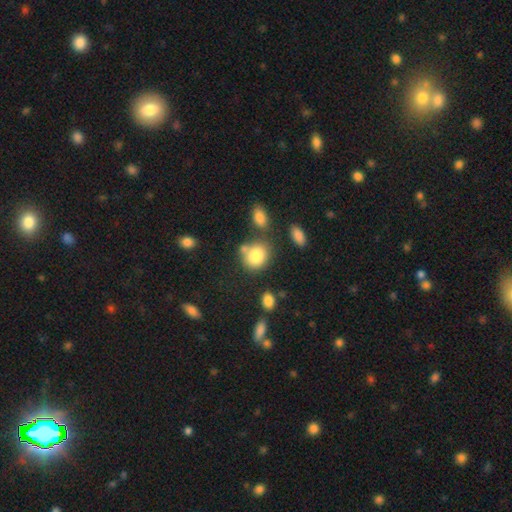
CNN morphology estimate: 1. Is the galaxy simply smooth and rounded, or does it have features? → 80% smooth, 10% featured or disk, 9% star or artifact.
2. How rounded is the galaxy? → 64% round, 35% in between, 1% cigar-shaped.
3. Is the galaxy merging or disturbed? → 58% none, 19% merger, 16% minor disturbance, 6% major disturbance.